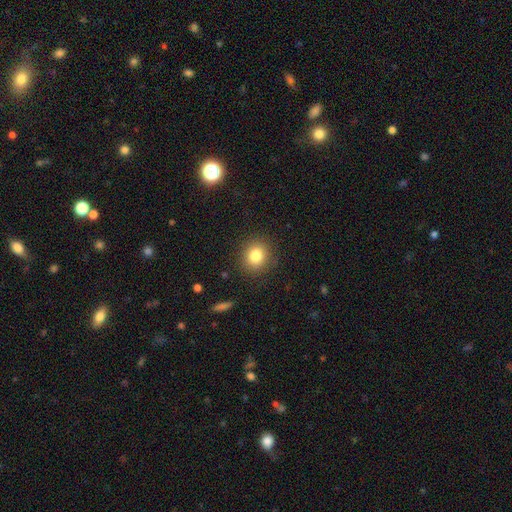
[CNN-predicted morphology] Smooth or featured? Predicted: smooth (p=0.82). How rounded? Predicted: round (p=0.82). Merging? Predicted: none (p=0.88).